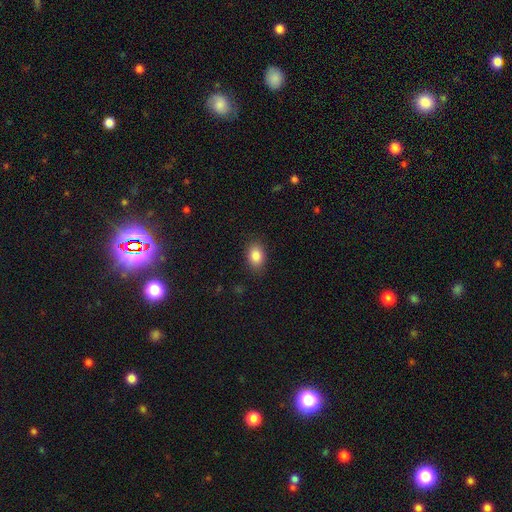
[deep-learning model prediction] The model was most divided on "how rounded": in between: 80%, round: 19%, cigar-shaped: 1%. More confident: smooth or featured — smooth (86%); merging — none (86%).